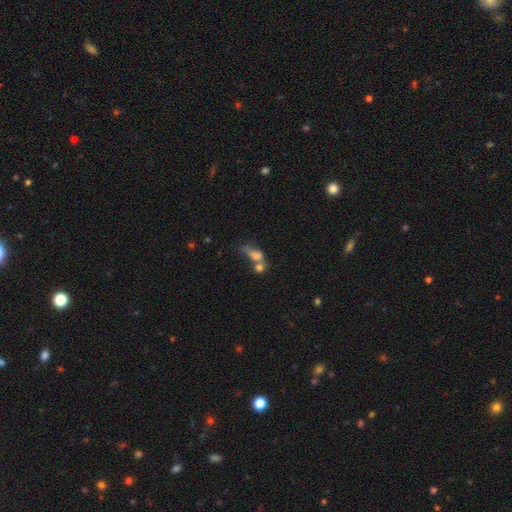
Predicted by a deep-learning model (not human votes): smooth_or_featured: smooth (p=0.63) [alt: featured or disk p=0.24]
how_rounded: in between (p=0.62) [alt: round p=0.19]
merging: merger (p=0.49) [alt: none p=0.20]